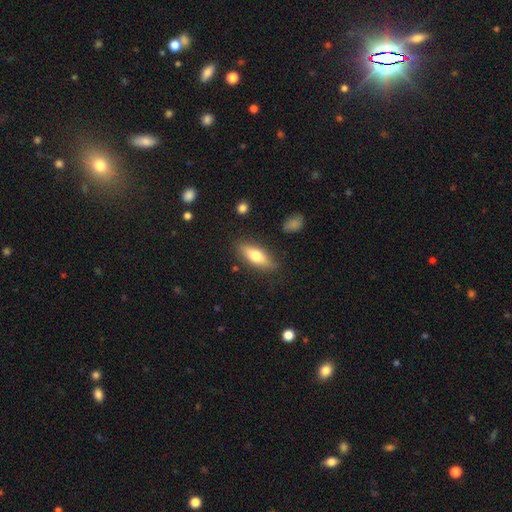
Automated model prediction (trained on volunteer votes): Smooth or featured? smooth (64%)
How rounded? in between (60%)
Merging? none (84%)